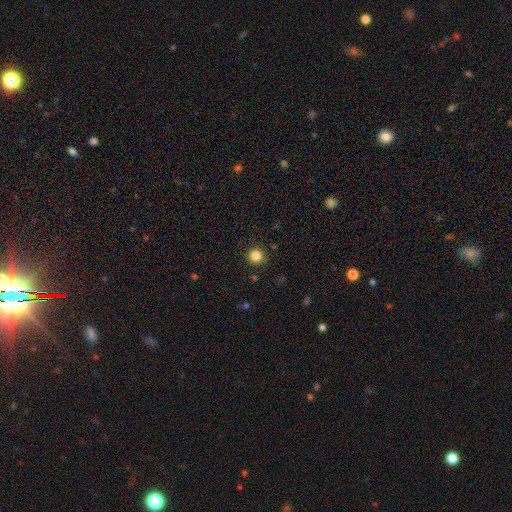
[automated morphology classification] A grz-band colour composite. It shows a smooth galaxy with no disk features (84%) that is round (95%). Merging: none (91%).